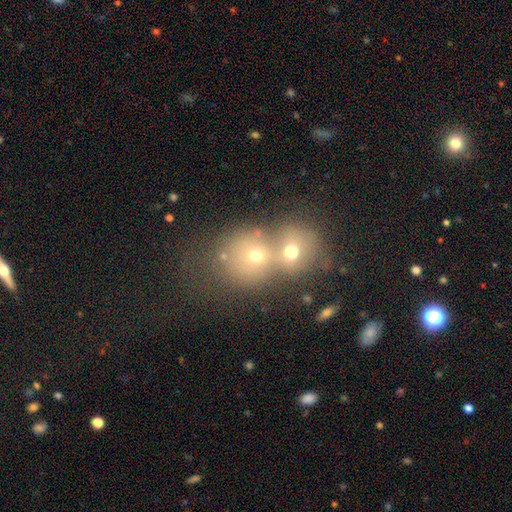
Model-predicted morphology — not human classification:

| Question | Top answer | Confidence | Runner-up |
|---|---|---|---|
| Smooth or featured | smooth | 60% | featured or disk (22%) |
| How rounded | round | 74% | in between (25%) |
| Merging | merger | 68% | none (23%) |